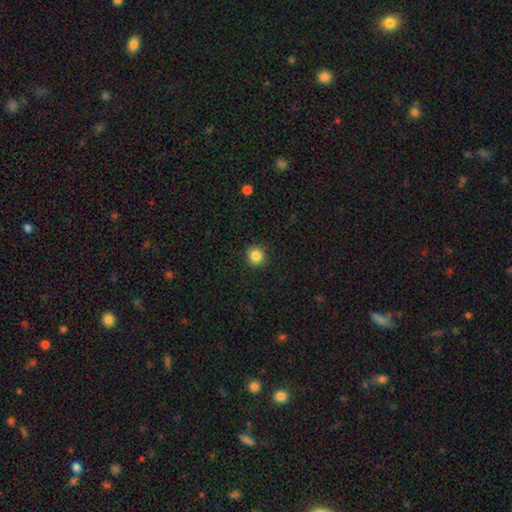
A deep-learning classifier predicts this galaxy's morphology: smooth_or_featured: smooth (p=0.86) [alt: star or artifact p=0.10]
how_rounded: round (p=0.93) [alt: in between p=0.06]
merging: none (p=0.92) [alt: minor disturbance p=0.05]